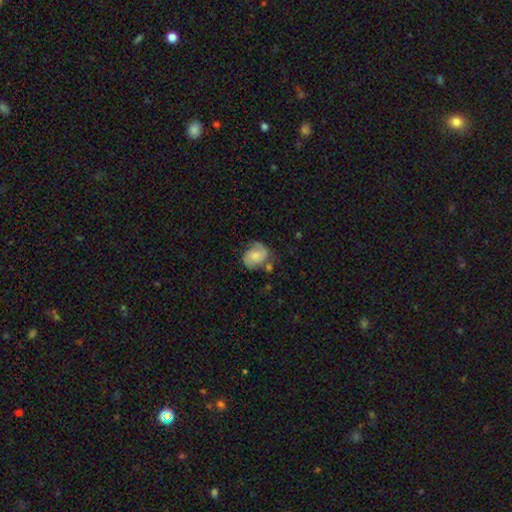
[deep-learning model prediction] smooth-or-featured: featured or disk: 55% | smooth: 38% | star or artifact: 8%
  disk-edge-on: no: 98% | yes: 2%
    bar: no: 67% | weak: 28% | strong: 5%
    has-spiral-arms: yes: 89% | no: 11%
    bulge-size: small: 37% | moderate: 36% | none: 15% | large: 9% | dominant: 2%
  merging: none: 57% | minor disturbance: 25% | major disturbance: 11% | merger: 6%